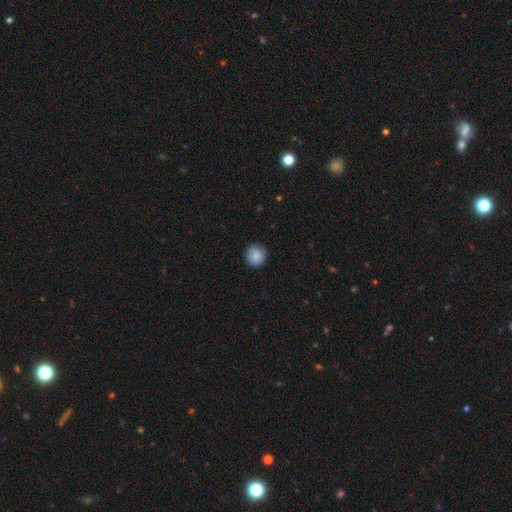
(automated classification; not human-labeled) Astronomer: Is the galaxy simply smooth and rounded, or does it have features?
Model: smooth — 86%.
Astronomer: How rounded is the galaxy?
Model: round — 91%.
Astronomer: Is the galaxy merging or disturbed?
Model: none — 88%.